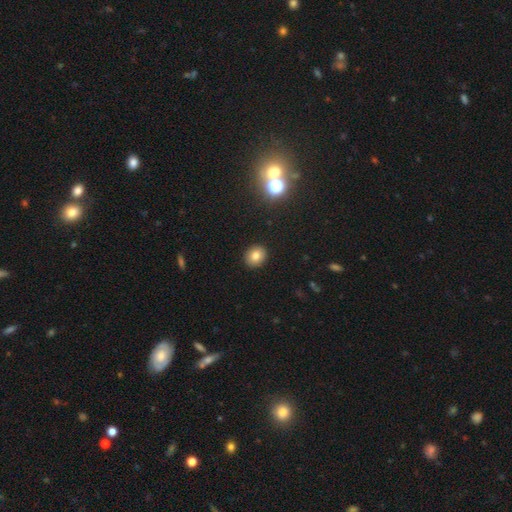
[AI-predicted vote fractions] A smooth galaxy with no disk features (79%) that is round (75%).

Vote fractions:
- Smooth or featured? smooth: 79% / star or artifact: 13% / featured or disk: 8%
- How rounded? round: 75% / in between: 24% / cigar-shaped: 1%
- Merging? none: 91% / minor disturbance: 6% / major disturbance: 2% / merger: 1%